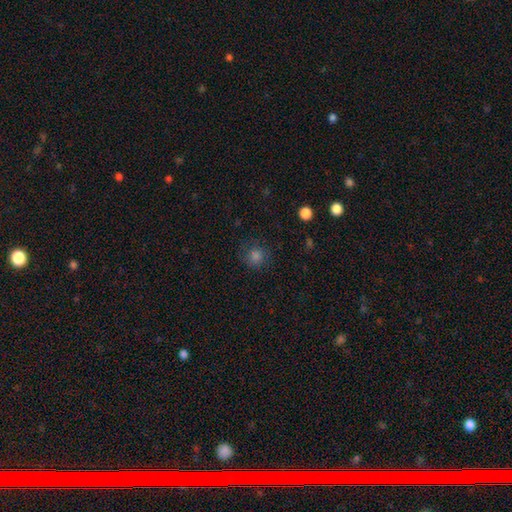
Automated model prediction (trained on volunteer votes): Smooth or featured?
  - smooth: 72% *
  - star or artifact: 20%
  - featured or disk: 9%
How rounded?
  - round: 90% *
  - in between: 9%
  - cigar-shaped: 1%
Merging?
  - none: 81% *
  - minor disturbance: 12%
  - major disturbance: 6%
  - merger: 1%